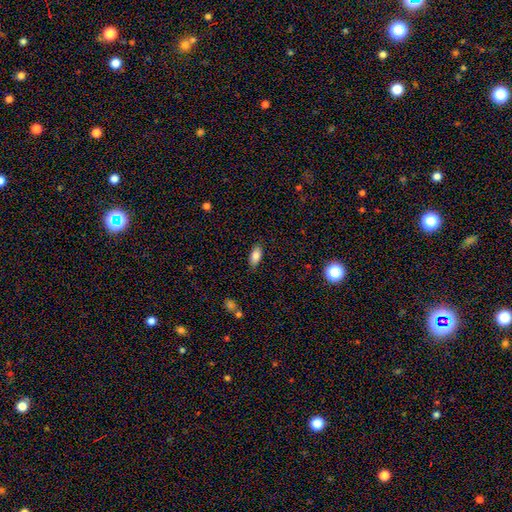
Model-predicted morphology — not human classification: A smooth galaxy with no disk features (83%) that is in between round and cigar-shaped (88%).

Vote fractions:
- Smooth or featured? smooth: 83% / featured or disk: 8% / star or artifact: 8%
- How rounded? in between: 88% / cigar-shaped: 9% / round: 3%
- Merging? none: 86% / minor disturbance: 10% / major disturbance: 2% / merger: 1%